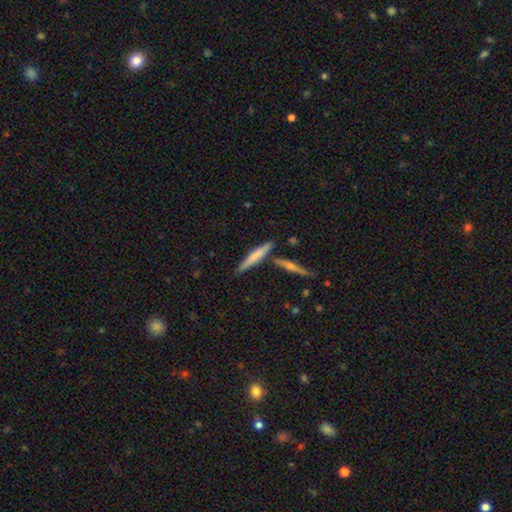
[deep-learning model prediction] A smooth galaxy with no disk features (58%) that is cigar-shaped (91%).

Vote fractions:
- Smooth or featured? smooth: 58% / featured or disk: 36% / star or artifact: 6%
- How rounded? cigar-shaped: 91% / in between: 7% / round: 2%
- Merging? none: 75% / merger: 13% / minor disturbance: 10% / major disturbance: 3%